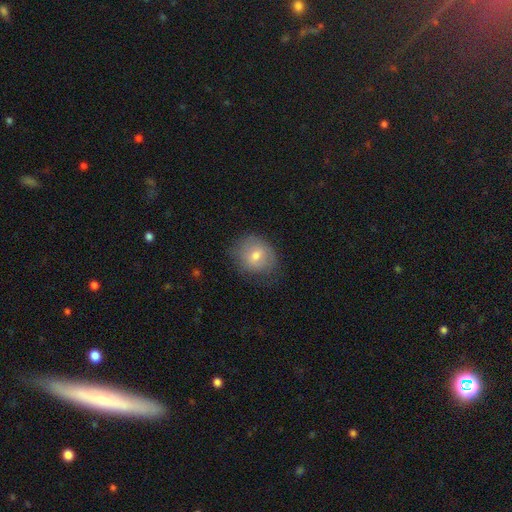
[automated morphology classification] This appears to be a smooth galaxy with no disk features (65%) that is round (70%). Merging: none (64%).